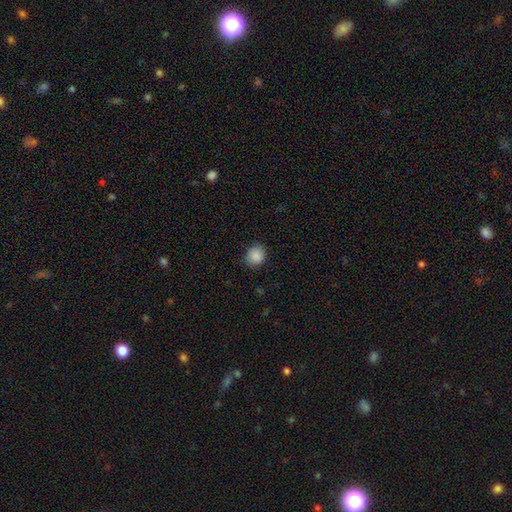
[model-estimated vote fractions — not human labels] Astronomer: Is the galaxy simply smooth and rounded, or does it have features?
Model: smooth — 88%.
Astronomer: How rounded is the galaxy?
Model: round — 83%.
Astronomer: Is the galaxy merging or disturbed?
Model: none — 82%.